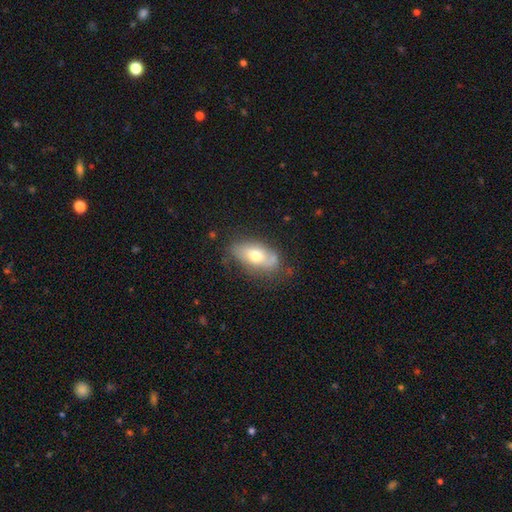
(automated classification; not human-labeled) Smooth or featured: smooth — 60% (featured or disk — 33%)
How rounded: in between — 87% (cigar-shaped — 8%)
Merging: none — 63% (minor disturbance — 25%)